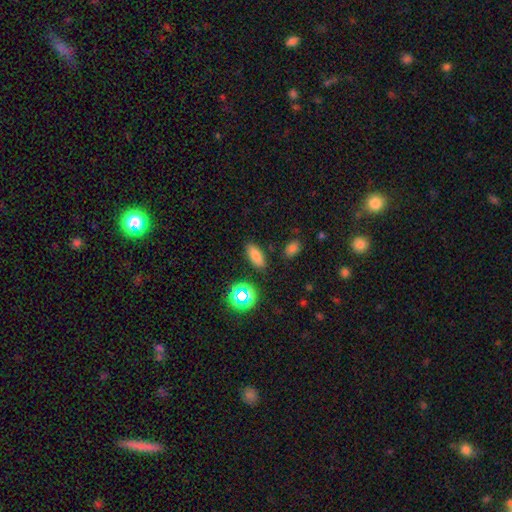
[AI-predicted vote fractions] Smooth or featured?
  - smooth: 75% *
  - star or artifact: 16%
  - featured or disk: 8%
How rounded?
  - in between: 78% *
  - cigar-shaped: 17%
  - round: 5%
Merging?
  - none: 85% *
  - minor disturbance: 10%
  - major disturbance: 3%
  - merger: 3%